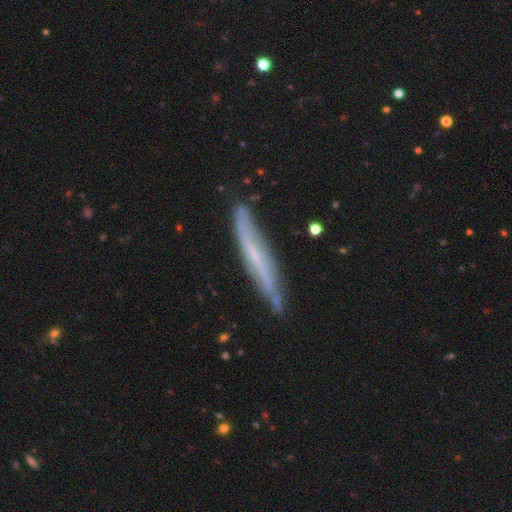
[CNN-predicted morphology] Smooth or featured: featured or disk — 62% (smooth — 30%)
Edge-on disk: yes — 74% (no — 26%)
Merging: none — 74% (minor disturbance — 19%)